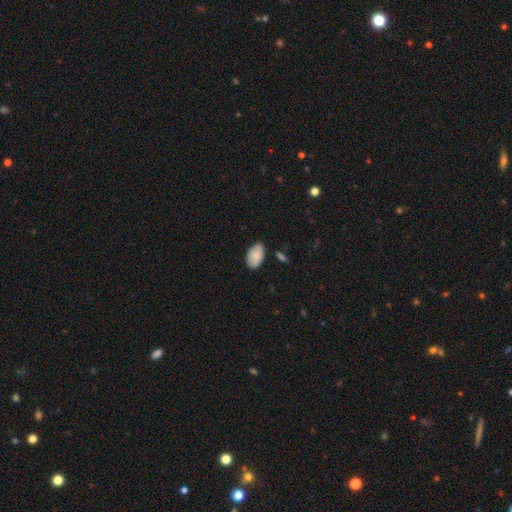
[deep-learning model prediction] A smooth galaxy with no disk features (85%) that is in between round and cigar-shaped (94%).

Vote fractions:
- Smooth or featured? smooth: 85% / featured or disk: 9% / star or artifact: 6%
- How rounded? in between: 94% / round: 5% / cigar-shaped: 1%
- Merging? none: 76% / minor disturbance: 18% / major disturbance: 3% / merger: 3%